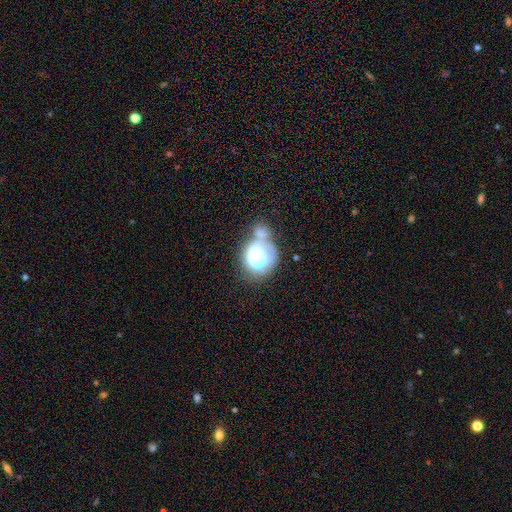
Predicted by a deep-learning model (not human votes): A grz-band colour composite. It shows a featured or disk galaxy (50%). Merging: merger (48%).